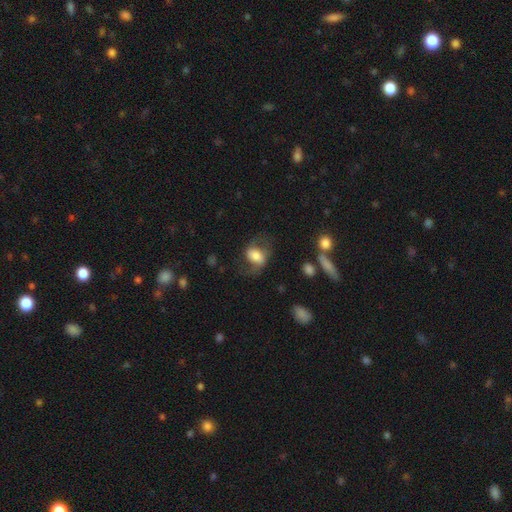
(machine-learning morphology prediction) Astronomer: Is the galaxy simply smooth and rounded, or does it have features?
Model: smooth — 48% (runner-up: featured or disk, 44%).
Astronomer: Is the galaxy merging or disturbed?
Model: none — 51%.